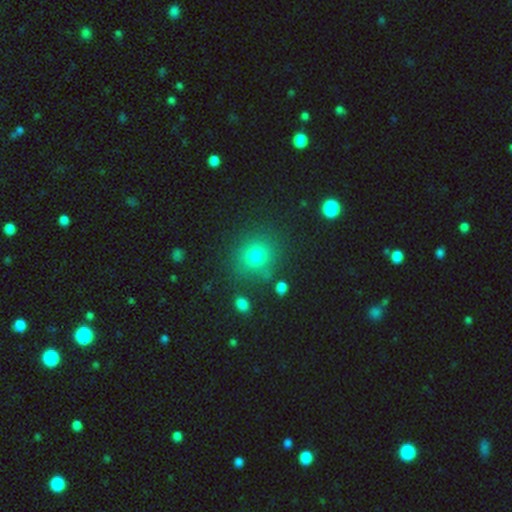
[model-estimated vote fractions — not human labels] smooth-or-featured: smooth: 75% | star or artifact: 17% | featured or disk: 8%
  how-rounded: round: 85% | in between: 14% | cigar-shaped: 1%
  merging: none: 81% | minor disturbance: 11% | merger: 4% | major disturbance: 4%